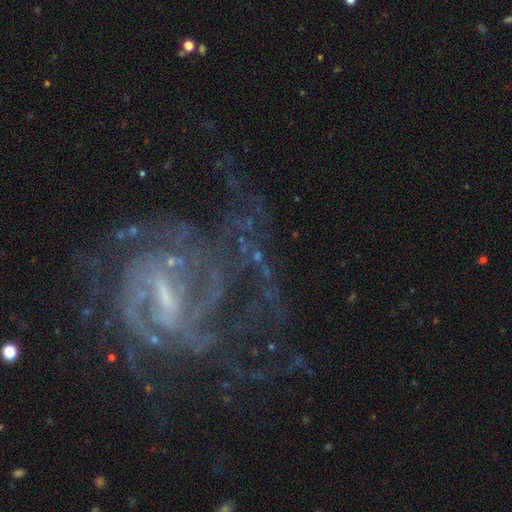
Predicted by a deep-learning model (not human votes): Smooth or featured? featured or disk (81%)
Edge-on disk? no (97%)
Bar? weak (40%)
Spiral arms? yes (90%)
Spiral winding? tight (44%)
Spiral arm count? can't tell (30%)
Bulge size? small (52%)
Merging? none (54%)